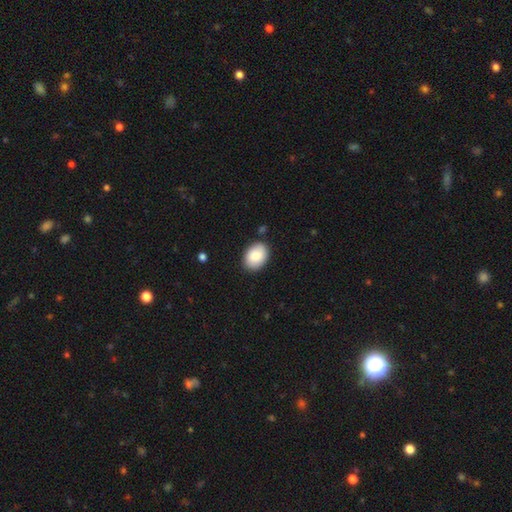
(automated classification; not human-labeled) smooth-or-featured: smooth: 86% | featured or disk: 8% | star or artifact: 7%
  how-rounded: in between: 78% | round: 21% | cigar-shaped: 1%
  merging: none: 87% | minor disturbance: 10% | major disturbance: 2% | merger: 2%